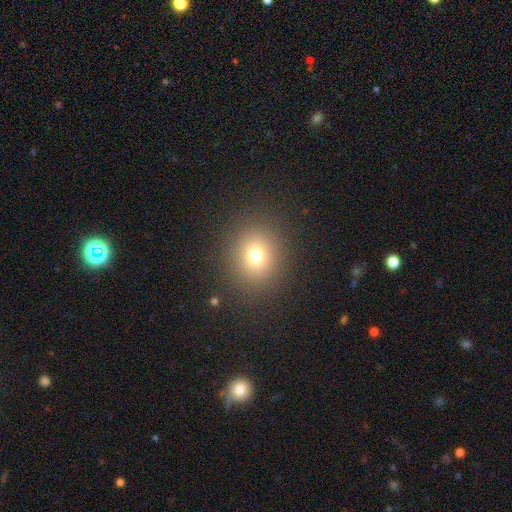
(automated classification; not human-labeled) A smooth galaxy with no disk features (73%) that is round (79%). Merging: none (88%).